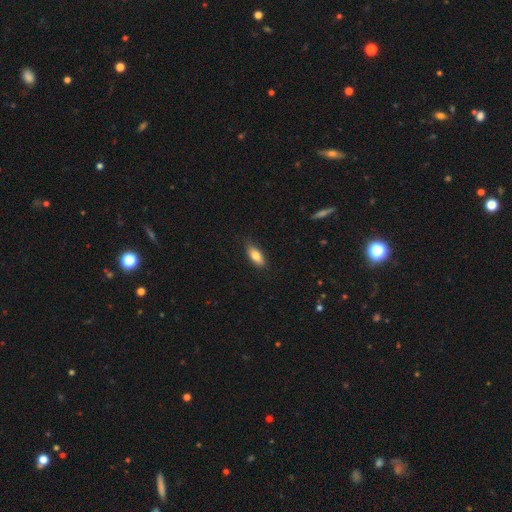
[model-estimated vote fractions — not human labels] Smooth or featured: smooth — 79% (featured or disk — 14%)
How rounded: in between — 81% (cigar-shaped — 16%)
Merging: none — 81% (minor disturbance — 15%)